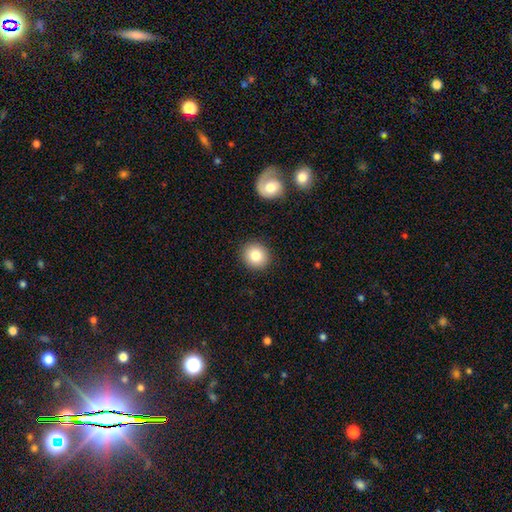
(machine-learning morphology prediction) Smooth or featured? smooth (82%)
How rounded? round (86%)
Merging? none (90%)